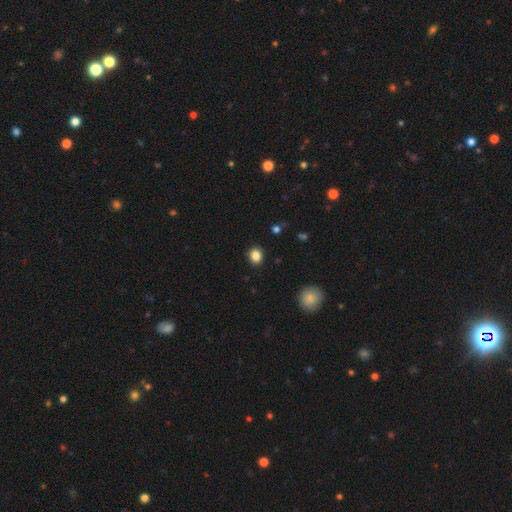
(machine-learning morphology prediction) Overall: smooth (85%). How rounded: round (69%; in between 30%). Merging: none (90%).